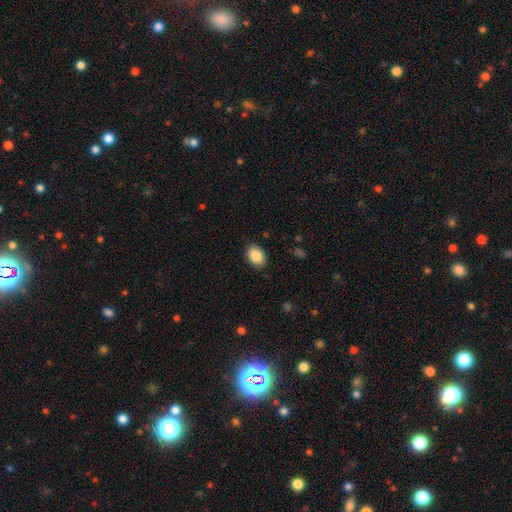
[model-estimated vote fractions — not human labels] The model was most divided on "how rounded": in between: 81%, round: 18%, cigar-shaped: 1%. More confident: smooth or featured — smooth (89%); merging — none (87%).